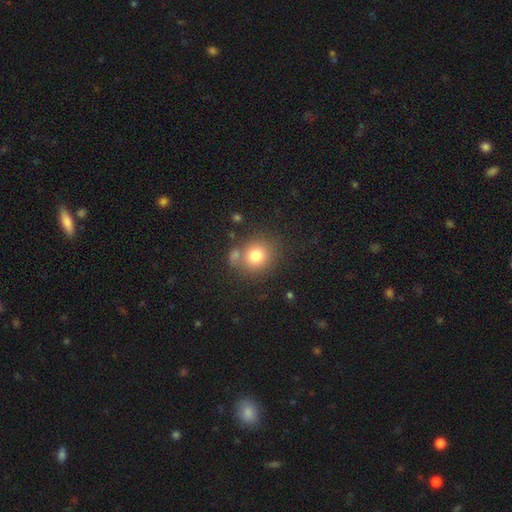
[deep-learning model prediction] Morphology: type=smooth (78%); roundness=round (77%); merging=none (65%).